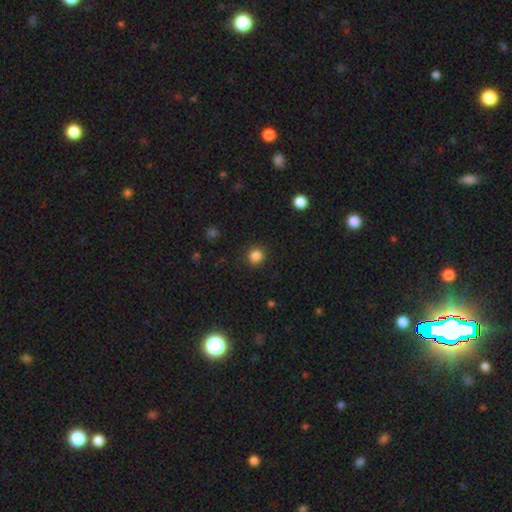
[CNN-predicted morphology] This appears to be a smooth galaxy with no disk features (85%) that is round (90%). Merging: none (90%).